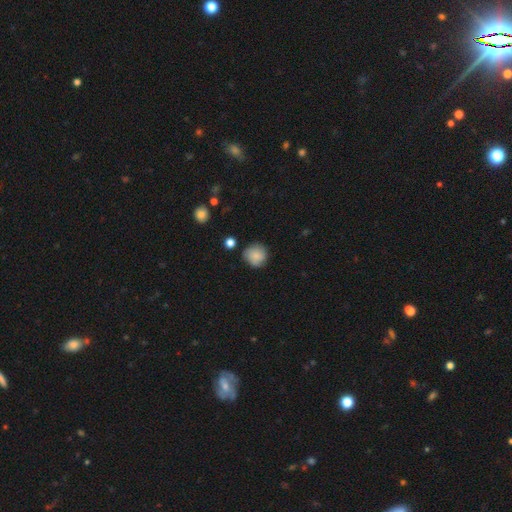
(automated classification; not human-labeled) Smooth or featured?
  - smooth: 80% *
  - featured or disk: 12%
  - star or artifact: 8%
How rounded?
  - round: 92% *
  - in between: 7%
  - cigar-shaped: 1%
Merging?
  - none: 78% *
  - minor disturbance: 16%
  - major disturbance: 3%
  - merger: 3%